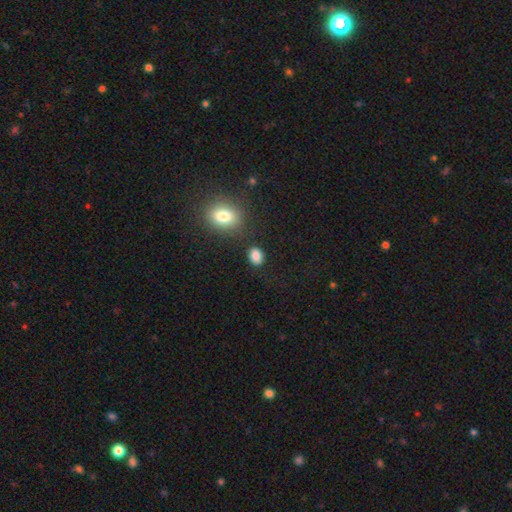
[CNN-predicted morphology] smooth_or_featured: smooth (p=0.85) [alt: star or artifact p=0.10]
how_rounded: in between (p=0.62) [alt: round p=0.37]
merging: none (p=0.80) [alt: minor disturbance p=0.11]